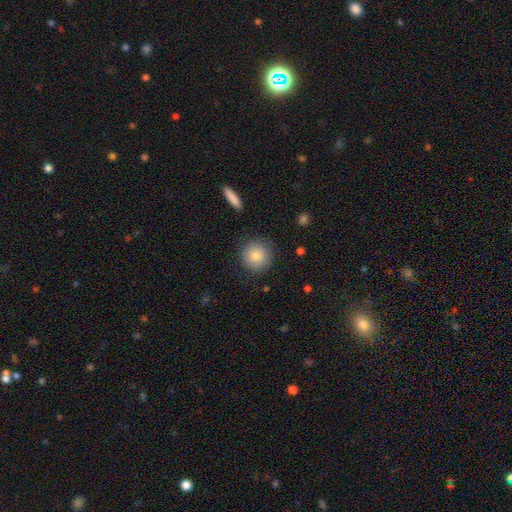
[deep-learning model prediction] Smooth or featured?
  - smooth: 81% *
  - featured or disk: 10%
  - star or artifact: 9%
How rounded?
  - round: 93% *
  - in between: 6%
  - cigar-shaped: 1%
Merging?
  - none: 87% *
  - minor disturbance: 9%
  - major disturbance: 3%
  - merger: 1%